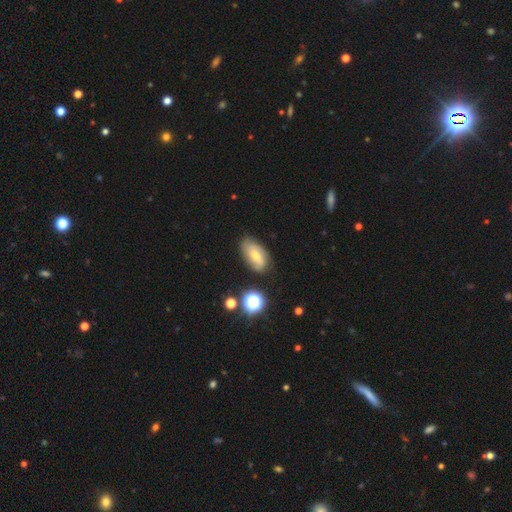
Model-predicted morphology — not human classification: This is possibly a featured or disk galaxy (49%). Merging: likely none (70%).